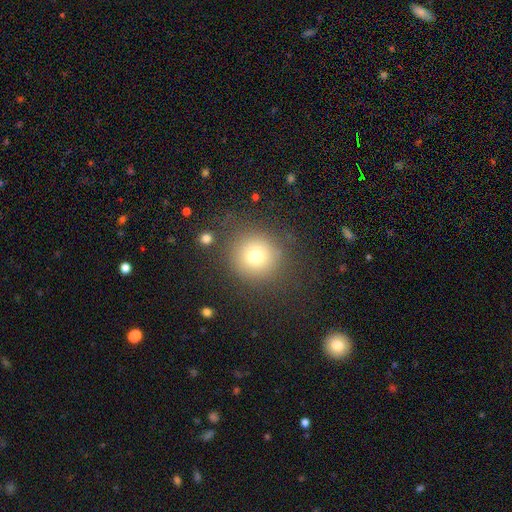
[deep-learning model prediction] Smooth or featured? Predicted: smooth (p=0.74). How rounded? Predicted: round (p=0.92). Merging? Predicted: none (p=0.83).